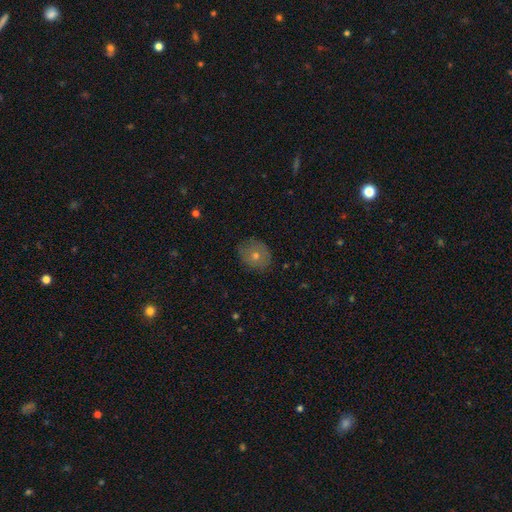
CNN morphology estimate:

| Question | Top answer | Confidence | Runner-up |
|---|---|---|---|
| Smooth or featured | smooth | 55% | featured or disk (31%) |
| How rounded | round | 71% | in between (27%) |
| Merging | none | 81% | minor disturbance (14%) |